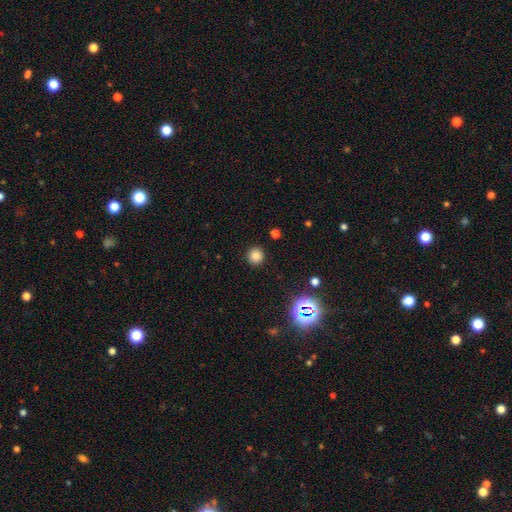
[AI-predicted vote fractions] Overall: smooth (81%). How rounded: round (93%). Merging: none (91%).